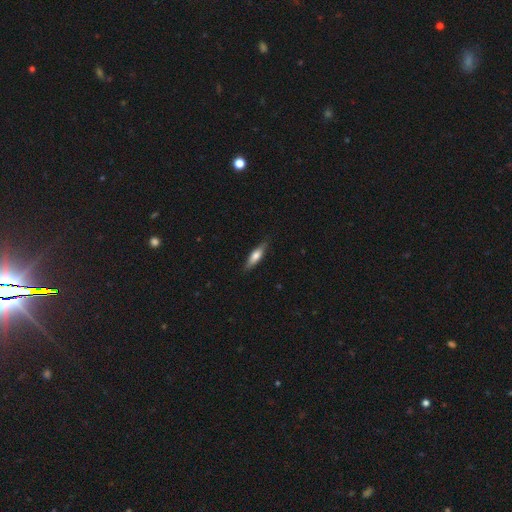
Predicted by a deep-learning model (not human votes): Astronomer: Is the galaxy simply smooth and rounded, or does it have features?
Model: smooth — 64%.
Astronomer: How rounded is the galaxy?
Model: cigar-shaped — 61% (runner-up: in between, 37%).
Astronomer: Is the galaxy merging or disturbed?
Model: none — 85%.